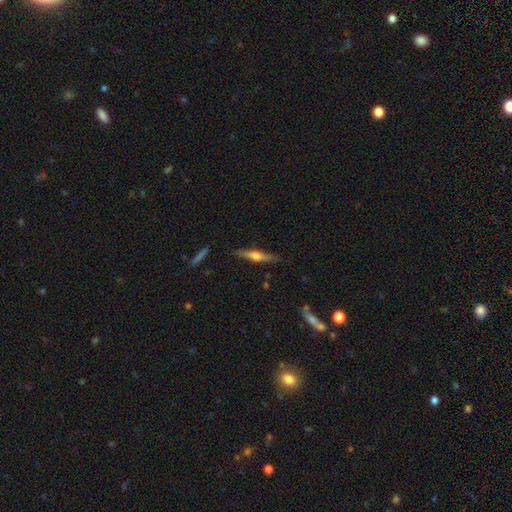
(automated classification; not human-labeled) The model was most divided on "smooth or featured": featured or disk: 51%, smooth: 43%, star or artifact: 6%. More confident: edge-on disk — yes (95%); merging — none (85%).